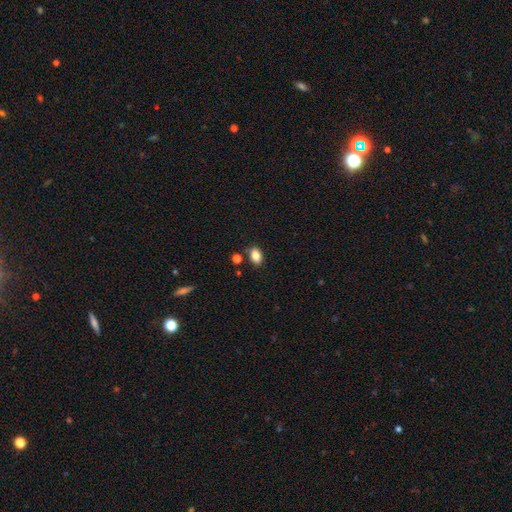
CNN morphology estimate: Smooth or featured? smooth (84%)
How rounded? in between (83%)
Merging? none (81%)